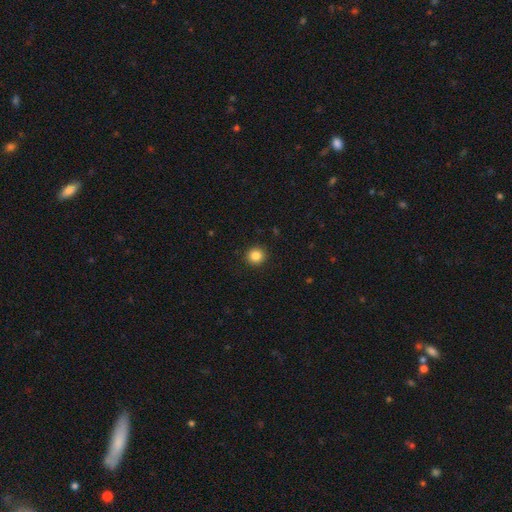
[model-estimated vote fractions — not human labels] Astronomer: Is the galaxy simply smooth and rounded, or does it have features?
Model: smooth — 85%.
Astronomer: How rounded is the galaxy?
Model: round — 90%.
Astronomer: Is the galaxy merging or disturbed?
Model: none — 92%.